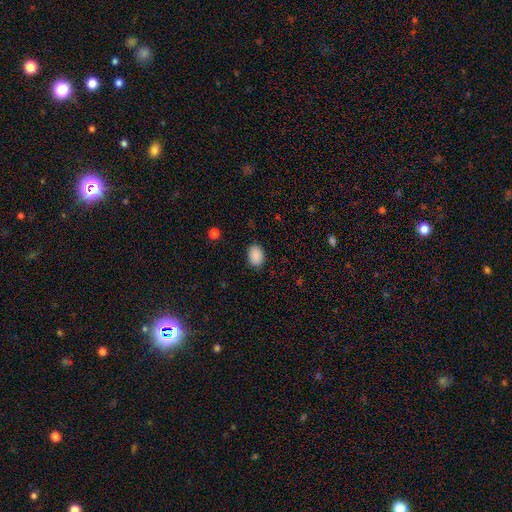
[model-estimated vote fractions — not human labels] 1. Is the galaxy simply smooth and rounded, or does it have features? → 90% smooth, 8% star or artifact, 3% featured or disk.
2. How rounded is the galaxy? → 77% in between, 22% round, 1% cigar-shaped.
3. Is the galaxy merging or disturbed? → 86% none, 10% minor disturbance, 2% major disturbance, 1% merger.